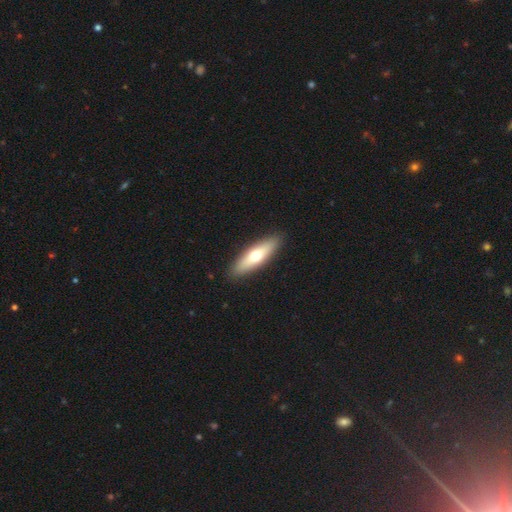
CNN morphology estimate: smooth_or_featured: smooth (p=0.58) [alt: featured or disk p=0.36]
how_rounded: cigar-shaped (p=0.58) [alt: in between p=0.40]
merging: none (p=0.90) [alt: minor disturbance p=0.07]